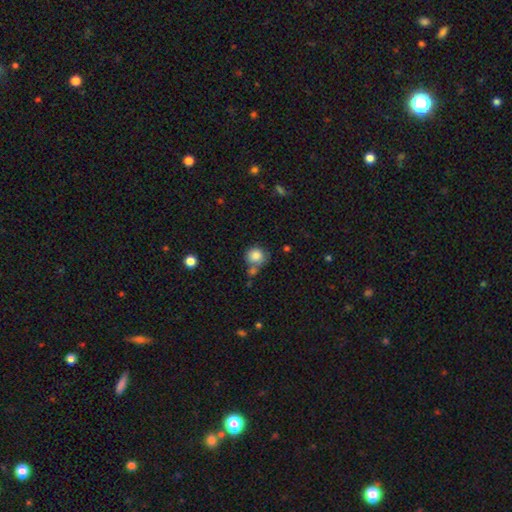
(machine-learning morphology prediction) smooth-or-featured: smooth: 85% | star or artifact: 9% | featured or disk: 6%
  how-rounded: round: 88% | in between: 11% | cigar-shaped: 1%
  merging: none: 58% | merger: 22% | minor disturbance: 15% | major disturbance: 5%